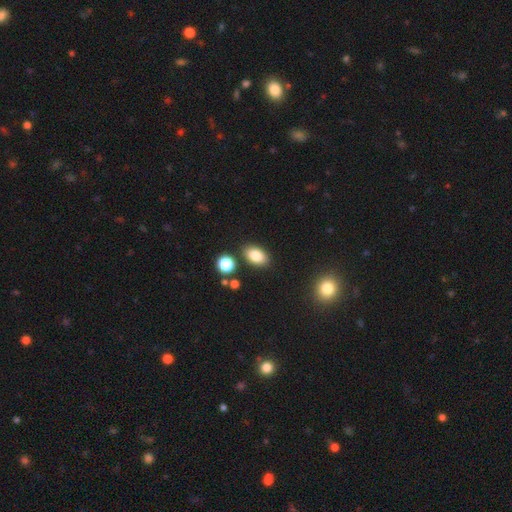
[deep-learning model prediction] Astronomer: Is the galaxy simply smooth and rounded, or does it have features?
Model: smooth — 83%.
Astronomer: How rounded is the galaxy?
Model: in between — 89%.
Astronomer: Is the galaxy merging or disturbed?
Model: none — 84%.